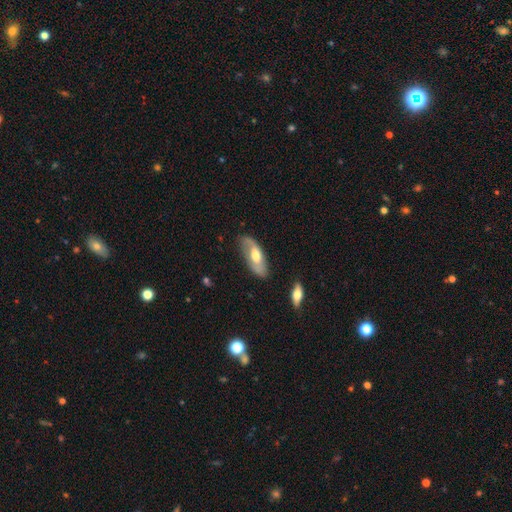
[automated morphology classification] Smooth or featured? featured or disk (51%)
Edge-on disk? no (79%)
Merging? none (72%)